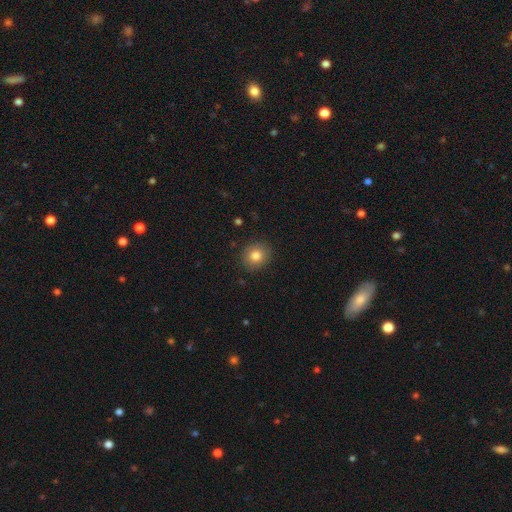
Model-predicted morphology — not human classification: The model was most divided on "how rounded": round: 76%, in between: 23%, cigar-shaped: 1%. More confident: merging — none (88%); smooth or featured — smooth (83%).